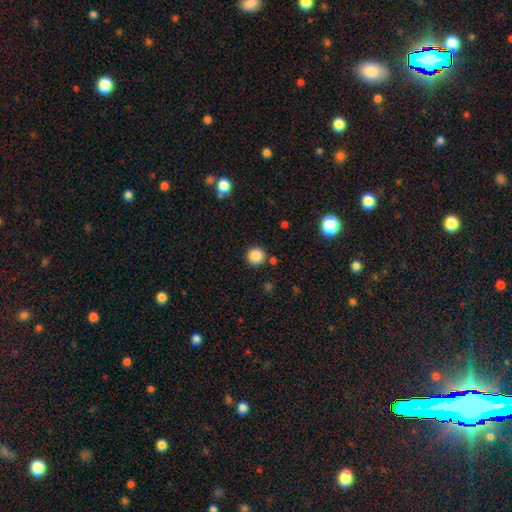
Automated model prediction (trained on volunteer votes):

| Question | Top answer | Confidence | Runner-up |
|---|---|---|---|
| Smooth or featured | smooth | 86% | star or artifact (10%) |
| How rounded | round | 95% | in between (4%) |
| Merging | none | 88% | minor disturbance (6%) |